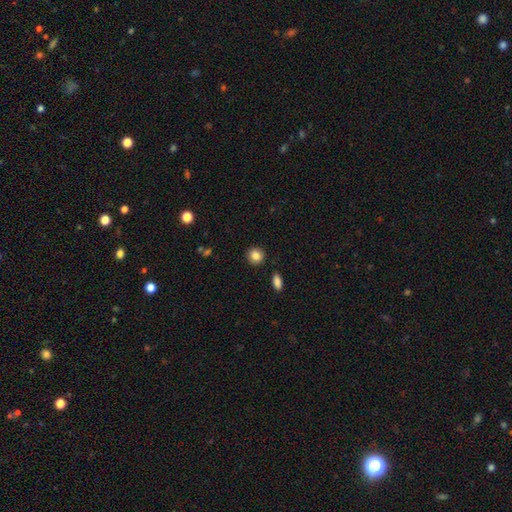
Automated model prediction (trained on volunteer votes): This is clearly a smooth galaxy (86%). How rounded: clearly round (88%). Merging: clearly none (91%).